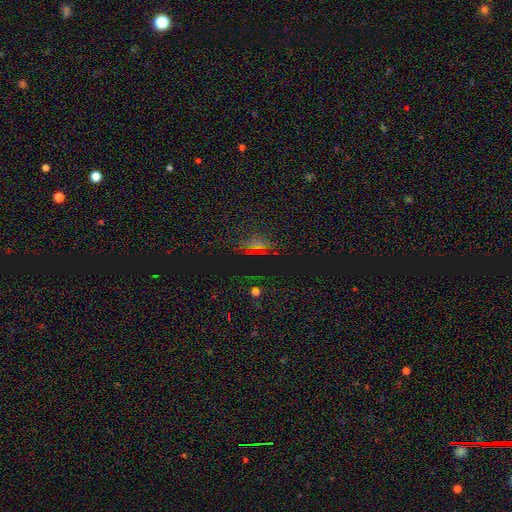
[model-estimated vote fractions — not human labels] smooth_or_featured: star or artifact (p=0.55) [alt: smooth p=0.36]